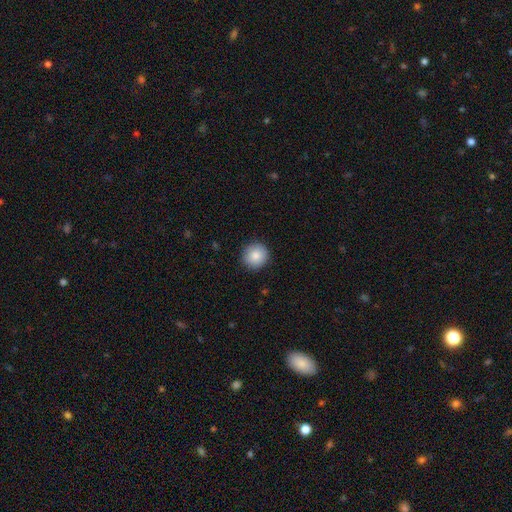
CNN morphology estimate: type=smooth (86%); roundness=round (93%); merging=none (91%).